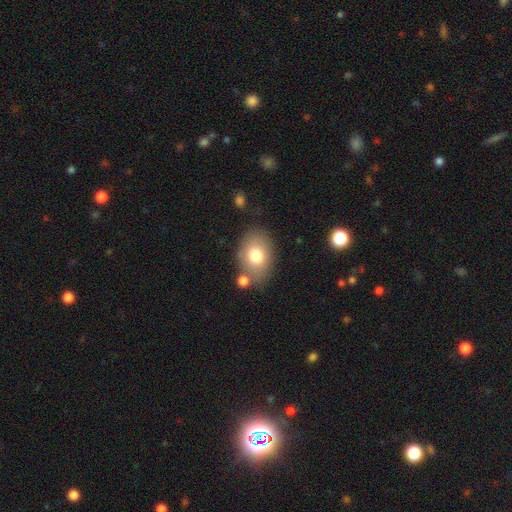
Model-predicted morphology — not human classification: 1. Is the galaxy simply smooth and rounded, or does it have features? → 75% smooth, 15% featured or disk, 9% star or artifact.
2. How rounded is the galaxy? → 73% in between, 25% round, 1% cigar-shaped.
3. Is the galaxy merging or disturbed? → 69% none, 15% minor disturbance, 10% merger, 5% major disturbance.